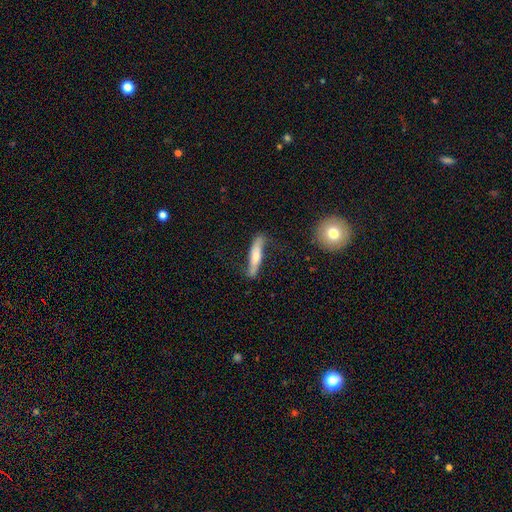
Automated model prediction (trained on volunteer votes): This appears to be a smooth galaxy with no disk features (58%) that is cigar-shaped (85%). Merging: none (70%).